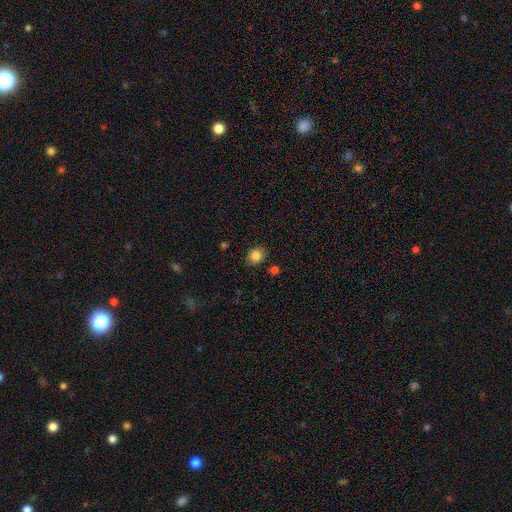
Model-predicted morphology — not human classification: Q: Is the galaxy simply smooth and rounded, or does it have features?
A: smooth — 83%.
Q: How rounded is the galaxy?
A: round — 64%.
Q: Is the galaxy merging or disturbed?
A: none — 86%.